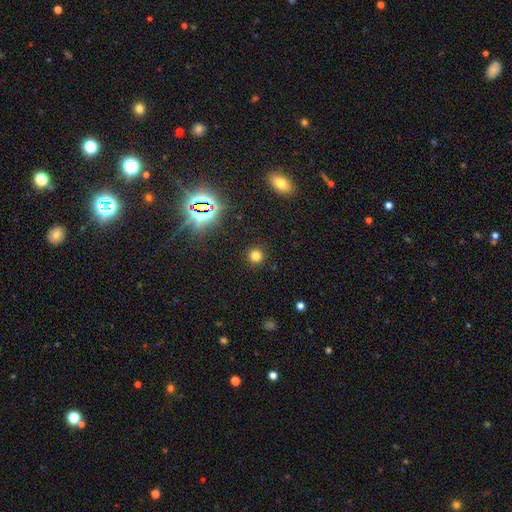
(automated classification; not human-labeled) Q: Smooth or featured?
A: smooth (75%); runner-up: star or artifact (20%)
Q: How rounded?
A: round (93%); runner-up: in between (6%)
Q: Merging?
A: none (91%); runner-up: minor disturbance (6%)